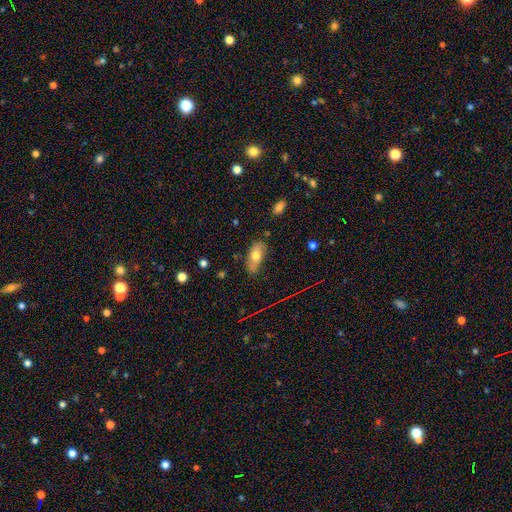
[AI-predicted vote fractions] Smooth or featured? Predicted: smooth (p=0.69). How rounded? Predicted: in between (p=0.85). Merging? Predicted: none (p=0.63).